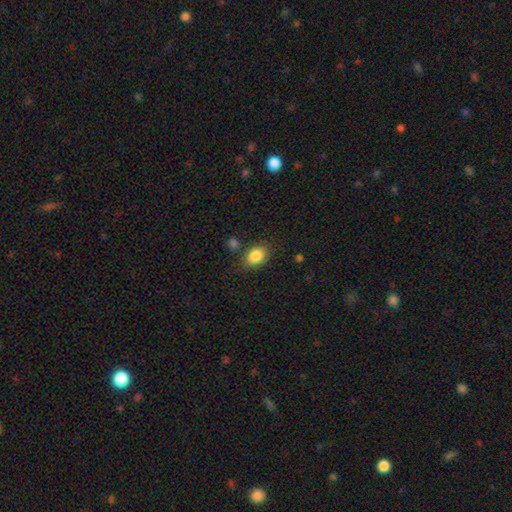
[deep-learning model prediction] Morphology: type=smooth (85%); roundness=in between (69%); merging=none (75%).